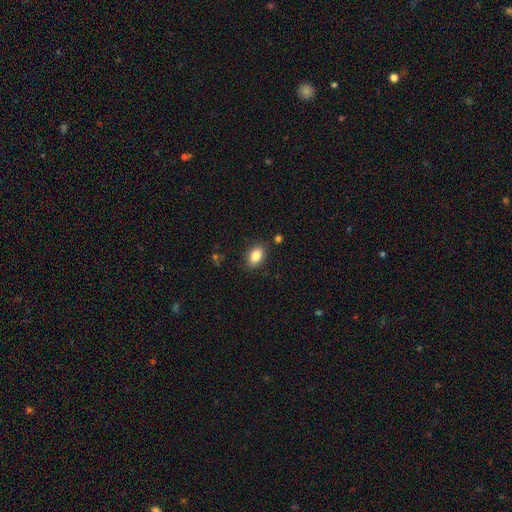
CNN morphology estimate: Smooth or featured?
  - smooth: 85% *
  - star or artifact: 8%
  - featured or disk: 7%
How rounded?
  - in between: 88% *
  - round: 11%
  - cigar-shaped: 2%
Merging?
  - none: 85% *
  - minor disturbance: 10%
  - major disturbance: 3%
  - merger: 2%